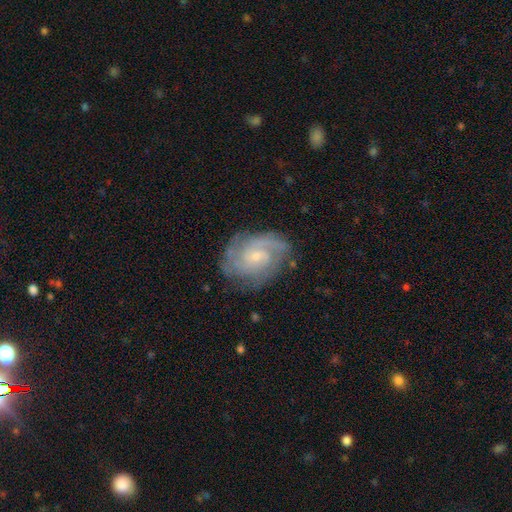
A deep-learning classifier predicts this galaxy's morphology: smooth_or_featured: featured or disk (p=0.85) [alt: smooth p=0.09]
disk_edge_on: no (p=0.97) [alt: yes p=0.03]
bar: no (p=0.62) [alt: weak p=0.33]
has_spiral_arms: yes (p=0.96) [alt: no p=0.04]
spiral_winding: tight (p=0.58) [alt: medium p=0.35]
spiral_arm_count: 2 (p=0.30) [alt: can't tell p=0.25]
bulge_size: small (p=0.72) [alt: moderate p=0.24]
merging: none (p=0.75) [alt: minor disturbance p=0.17]